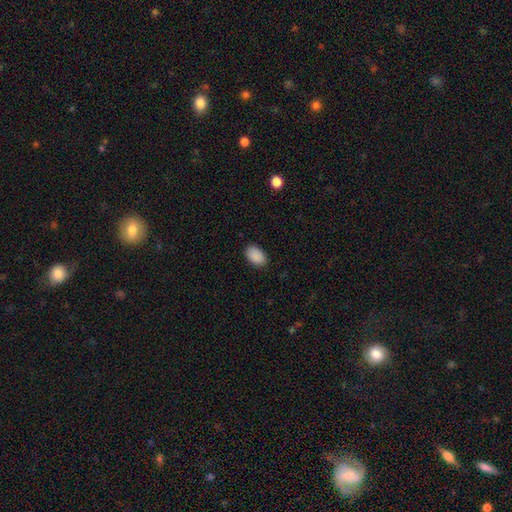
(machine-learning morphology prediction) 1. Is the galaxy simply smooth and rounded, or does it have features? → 90% smooth, 7% star or artifact, 3% featured or disk.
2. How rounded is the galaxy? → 92% in between, 7% round, 1% cigar-shaped.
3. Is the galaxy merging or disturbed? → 88% none, 9% minor disturbance, 2% major disturbance, 1% merger.